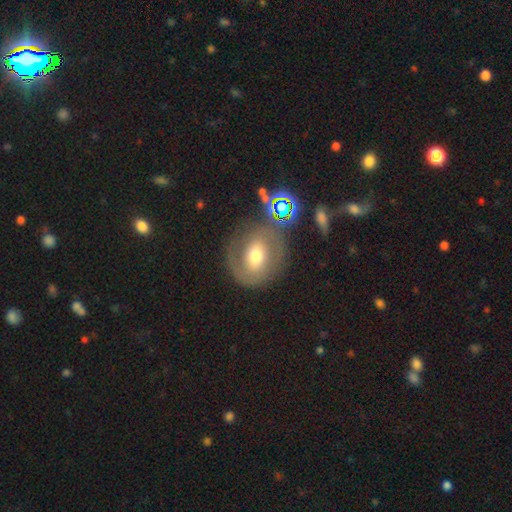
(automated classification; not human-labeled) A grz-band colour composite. It shows a featured or disk galaxy (51%). Merging: none (66%).